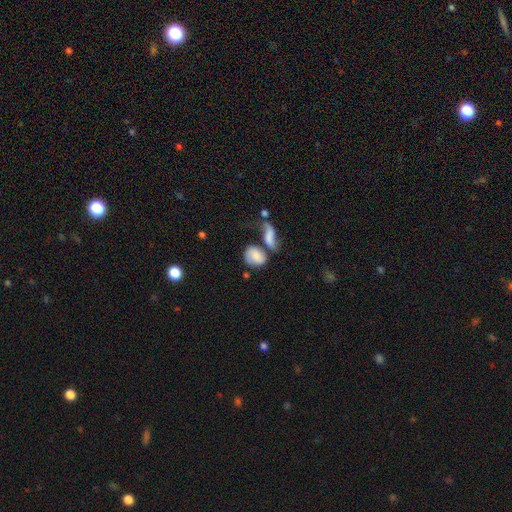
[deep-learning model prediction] A smooth galaxy with no disk features (70%) that is in between round and cigar-shaped (57%).

Vote fractions:
- Smooth or featured? smooth: 70% / featured or disk: 21% / star or artifact: 9%
- How rounded? in between: 57% / round: 40% / cigar-shaped: 3%
- Merging? merger: 39% / none: 34% / minor disturbance: 16% / major disturbance: 11%